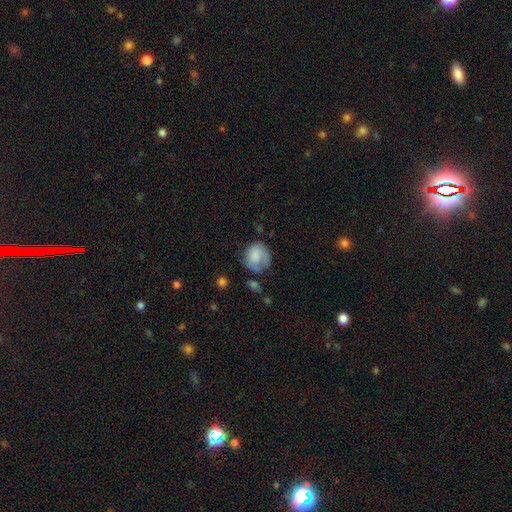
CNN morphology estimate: Smooth or featured? Predicted: smooth (p=0.73). How rounded? Predicted: round (p=0.72). Merging? Predicted: none (p=0.47).